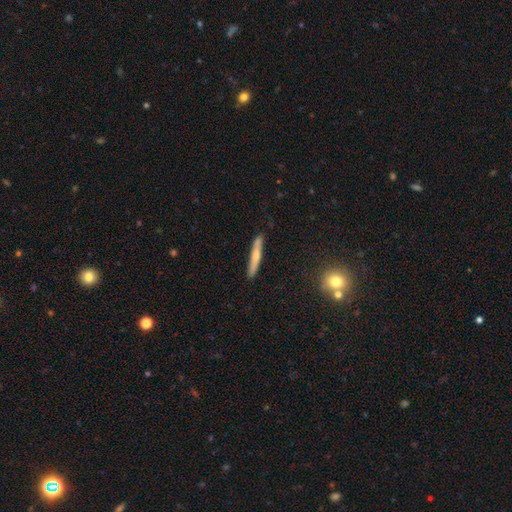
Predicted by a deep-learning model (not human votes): This appears to be a smooth galaxy with no disk features (53%) that is cigar-shaped (94%). Merging: none (87%).